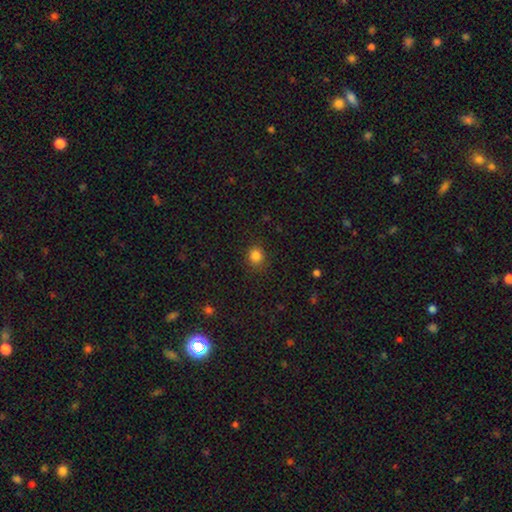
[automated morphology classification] Overall: smooth (84%). How rounded: round (82%). Merging: none (86%).